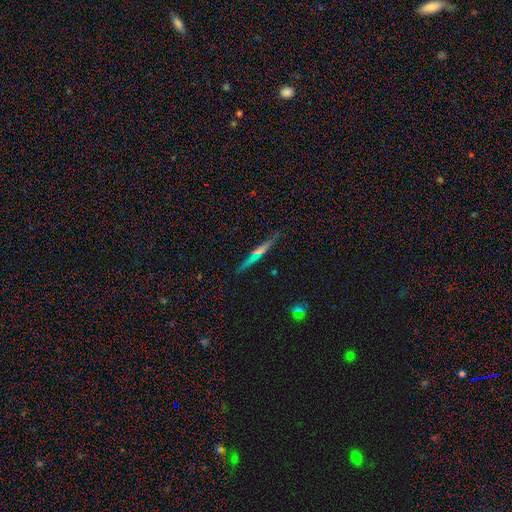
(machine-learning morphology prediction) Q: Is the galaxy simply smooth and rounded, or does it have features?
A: featured or disk — 69%.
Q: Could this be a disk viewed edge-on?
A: yes — 97%.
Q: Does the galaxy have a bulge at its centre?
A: rounded — 65%.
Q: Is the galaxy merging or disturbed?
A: none — 90%.